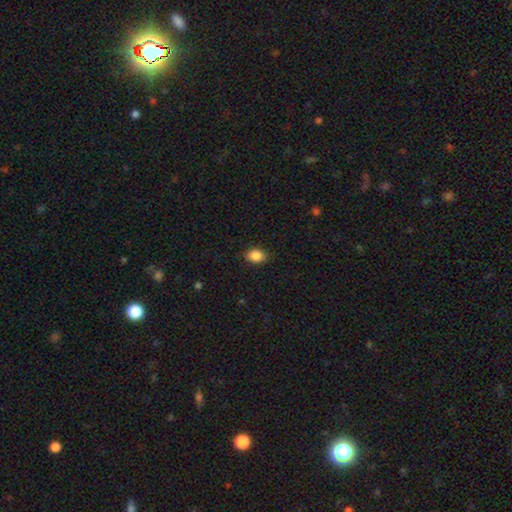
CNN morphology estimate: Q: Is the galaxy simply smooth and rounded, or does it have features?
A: smooth — 88%.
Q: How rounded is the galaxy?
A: in between — 71%.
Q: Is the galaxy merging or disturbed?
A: none — 87%.